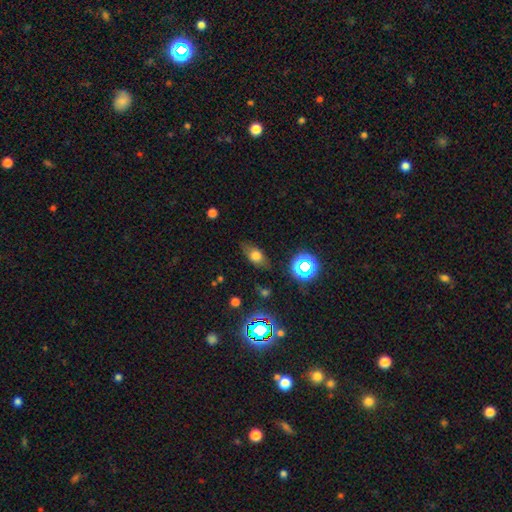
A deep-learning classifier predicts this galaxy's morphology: This is likely a smooth galaxy (66%). How rounded: likely in between (75%). Merging: likely none (73%).